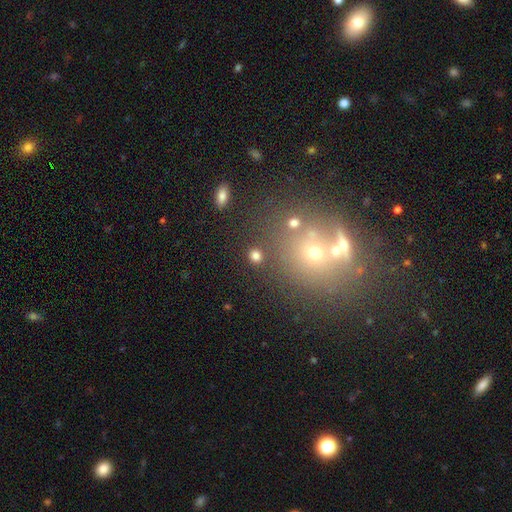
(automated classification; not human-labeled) The model was most divided on "smooth or featured": smooth: 78%, star or artifact: 16%, featured or disk: 6%. More confident: merging — none (85%); how rounded — round (84%).